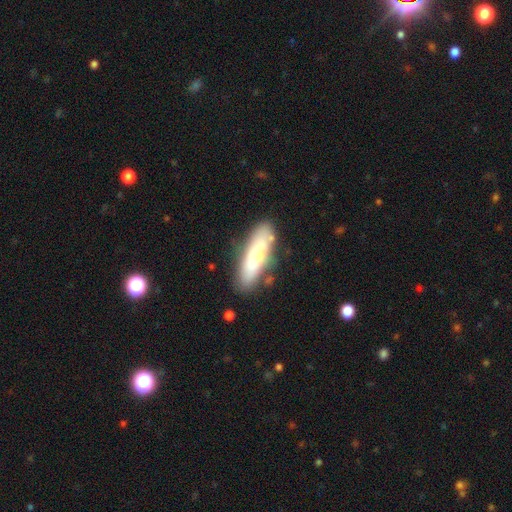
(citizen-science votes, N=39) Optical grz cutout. It shows a smooth galaxy with no disk features (64%) that is cigar-shaped (68%). Merging: none (73%).